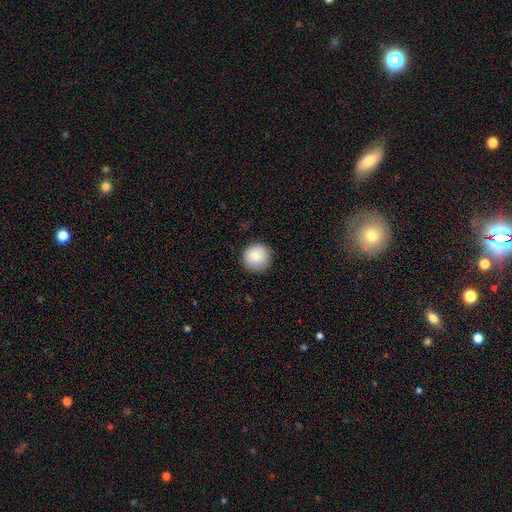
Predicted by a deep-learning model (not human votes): Q: Smooth or featured?
A: smooth (83%); runner-up: featured or disk (8%)
Q: How rounded?
A: round (95%); runner-up: in between (4%)
Q: Merging?
A: none (89%); runner-up: minor disturbance (8%)